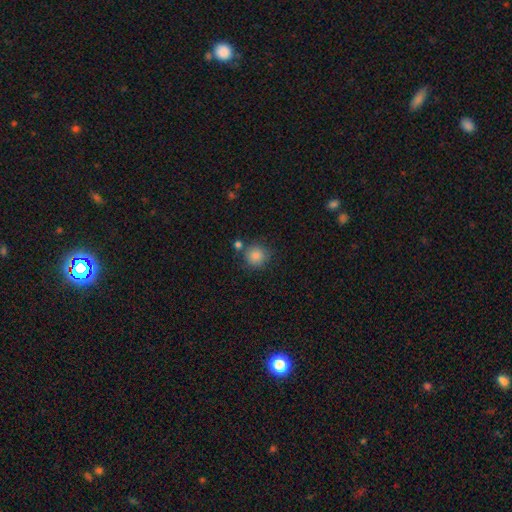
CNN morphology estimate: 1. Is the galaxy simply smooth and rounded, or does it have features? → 86% smooth, 10% star or artifact, 4% featured or disk.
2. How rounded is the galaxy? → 91% round, 8% in between, 1% cigar-shaped.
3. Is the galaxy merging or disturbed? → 76% none, 11% minor disturbance, 10% merger, 4% major disturbance.